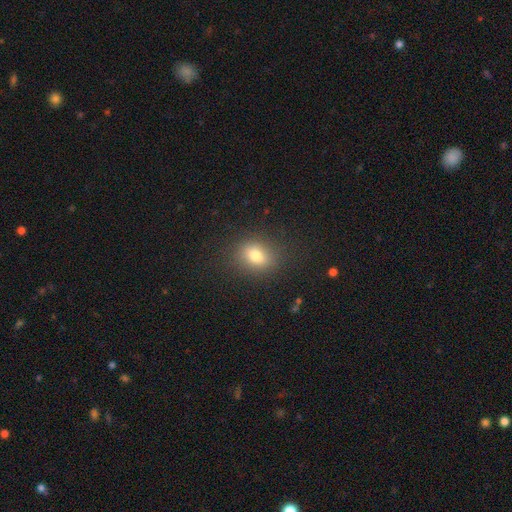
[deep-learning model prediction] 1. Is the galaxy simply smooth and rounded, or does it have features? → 77% smooth, 13% star or artifact, 10% featured or disk.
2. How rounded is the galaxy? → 52% round, 47% in between, 1% cigar-shaped.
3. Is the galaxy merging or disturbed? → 85% none, 10% minor disturbance, 4% major disturbance, 1% merger.